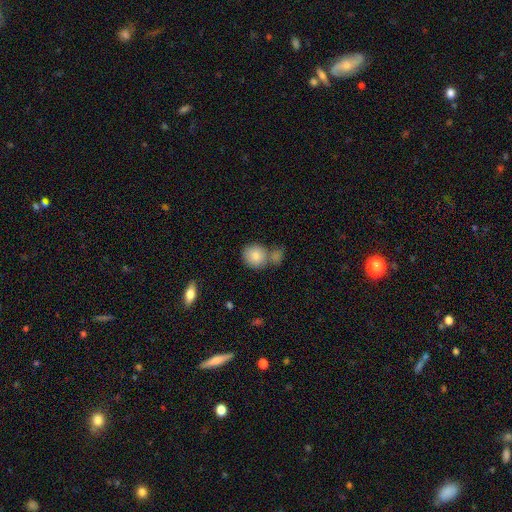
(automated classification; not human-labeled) Overall: smooth (83%). How rounded: round (79%). Merging: none (51%; merger 35%).